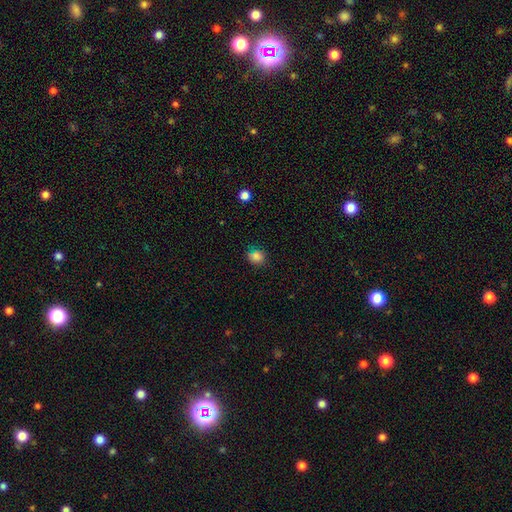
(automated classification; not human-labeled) Overall: smooth (82%). How rounded: round (72%). Merging: none (73%).